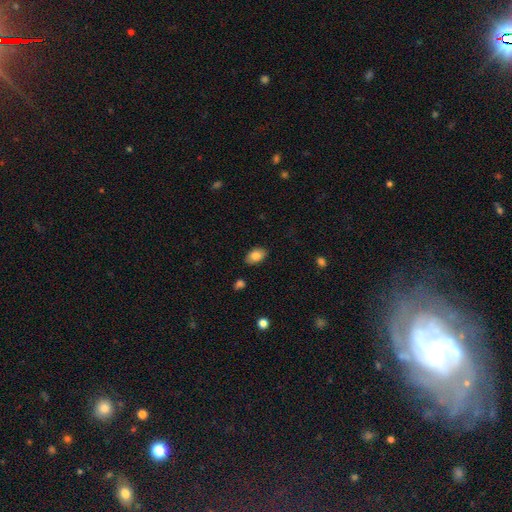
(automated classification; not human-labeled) smooth 83%, featured or disk 10%, star or artifact 8%. Down the decision tree: how rounded — in between (89%); merging — none (86%).